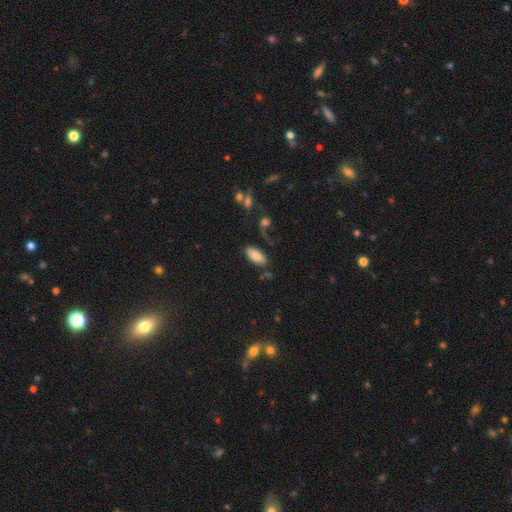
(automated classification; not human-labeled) A smooth galaxy with no disk features (81%) that is in between round and cigar-shaped (90%). Merging: none (71%).